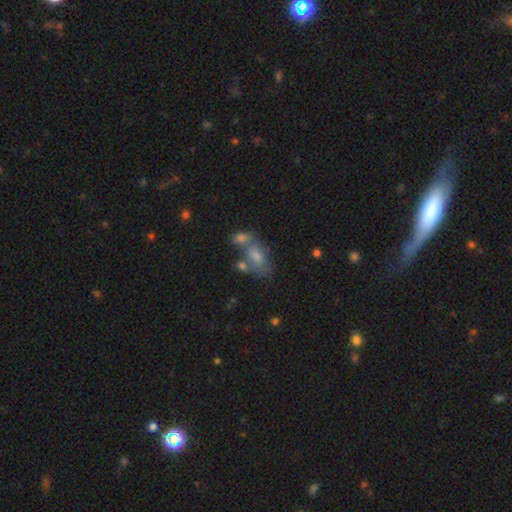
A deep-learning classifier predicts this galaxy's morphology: The model was most divided on "merging": merger: 40%, none: 38%, minor disturbance: 14%, major disturbance: 7%. More confident: how rounded — in between (83%); smooth or featured — smooth (59%).